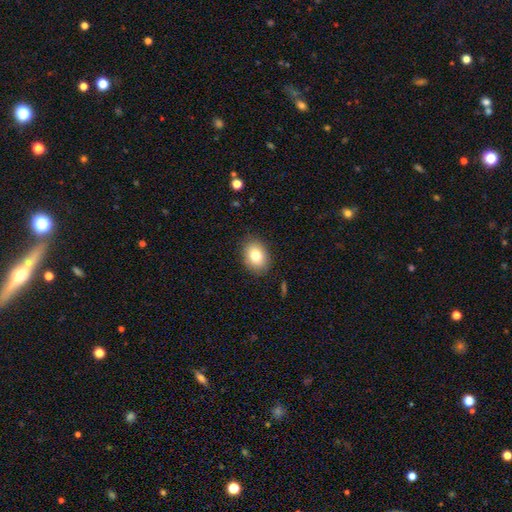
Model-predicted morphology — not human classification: This is likely a smooth galaxy (80%). How rounded: likely in between (69%). Merging: clearly none (86%).